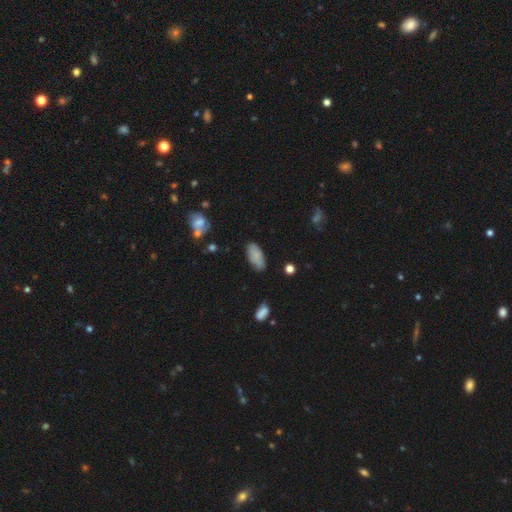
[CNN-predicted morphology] A smooth galaxy with no disk features (77%) that is in between round and cigar-shaped (90%).

Vote fractions:
- Smooth or featured? smooth: 77% / featured or disk: 15% / star or artifact: 8%
- How rounded? in between: 90% / cigar-shaped: 8% / round: 2%
- Merging? none: 74% / minor disturbance: 20% / major disturbance: 4% / merger: 2%